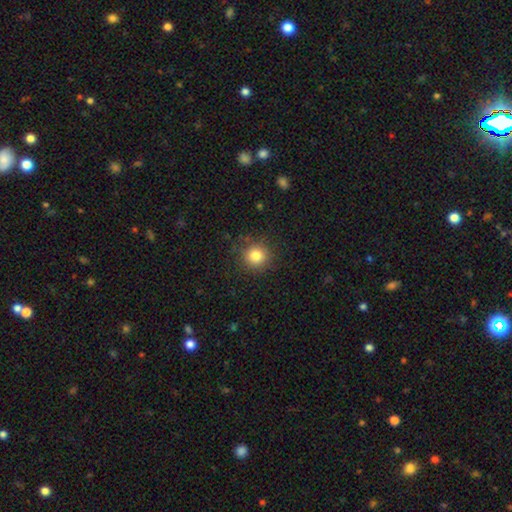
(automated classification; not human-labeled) smooth_or_featured: smooth (p=0.82) [alt: star or artifact p=0.12]
how_rounded: round (p=0.92) [alt: in between p=0.07]
merging: none (p=0.86) [alt: minor disturbance p=0.09]